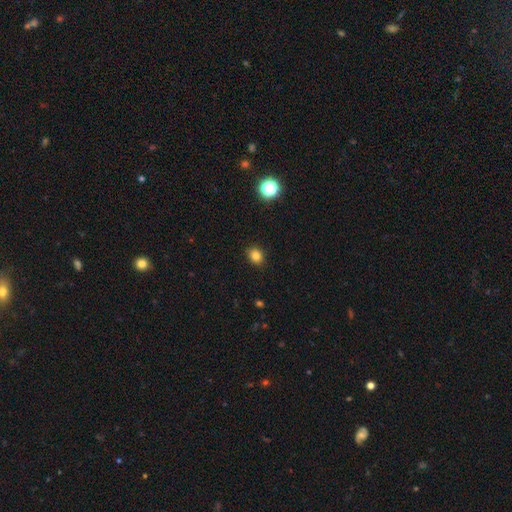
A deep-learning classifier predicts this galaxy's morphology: This appears to be a smooth galaxy with no disk features (82%) that is round (57%). Merging: none (90%).